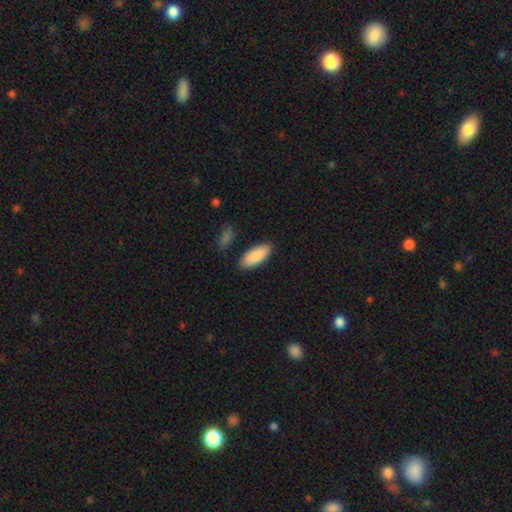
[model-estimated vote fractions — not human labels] Overall: smooth (88%). How rounded: in between (84%). Merging: none (85%).